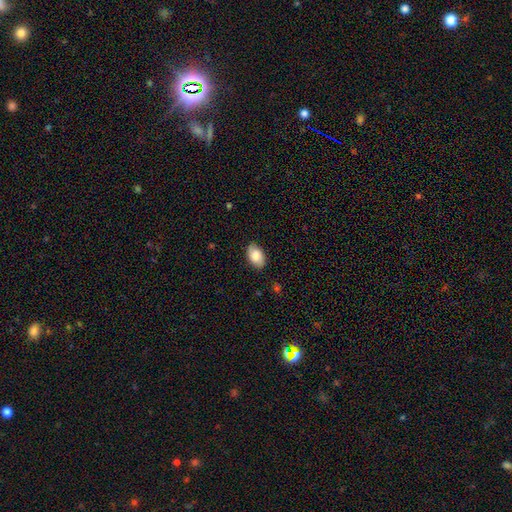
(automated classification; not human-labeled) Overall: smooth (82%). How rounded: in between (92%). Merging: none (82%).